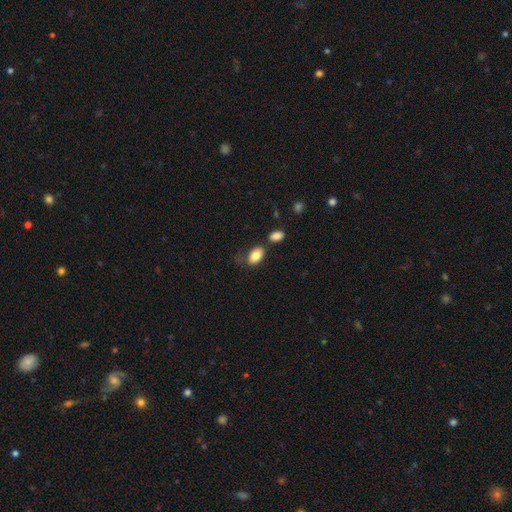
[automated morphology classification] Q: Smooth or featured?
A: smooth (83%); runner-up: featured or disk (9%)
Q: How rounded?
A: in between (92%); runner-up: round (6%)
Q: Merging?
A: none (58%); runner-up: minor disturbance (21%)